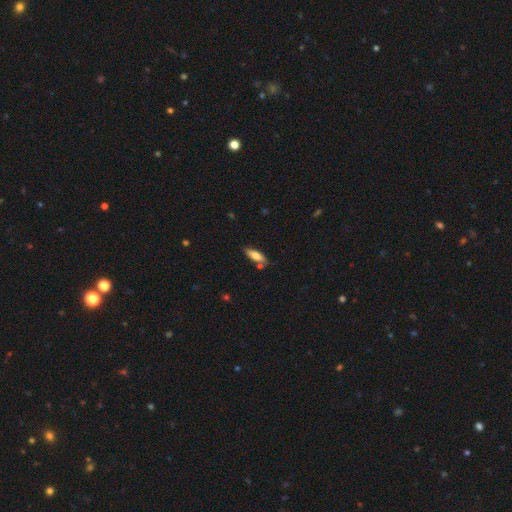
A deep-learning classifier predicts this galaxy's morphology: Smooth or featured? Predicted: smooth (p=0.70). How rounded? Predicted: in between (p=0.54). Merging? Predicted: none (p=0.76).